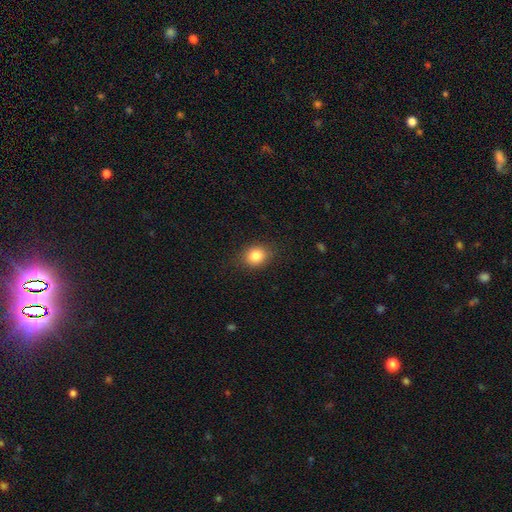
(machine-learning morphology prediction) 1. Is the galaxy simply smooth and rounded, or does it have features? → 83% smooth, 10% star or artifact, 6% featured or disk.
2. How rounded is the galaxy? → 61% round, 38% in between, 1% cigar-shaped.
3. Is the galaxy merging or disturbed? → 86% none, 10% minor disturbance, 3% major disturbance, 1% merger.